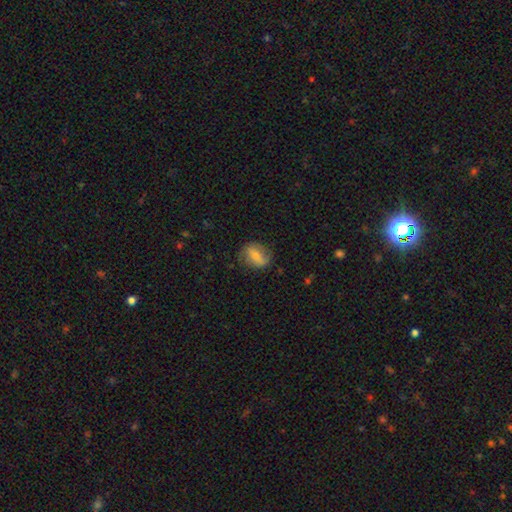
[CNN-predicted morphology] A smooth galaxy with no disk features (56%) that is in between round and cigar-shaped (58%). Merging: none (76%).